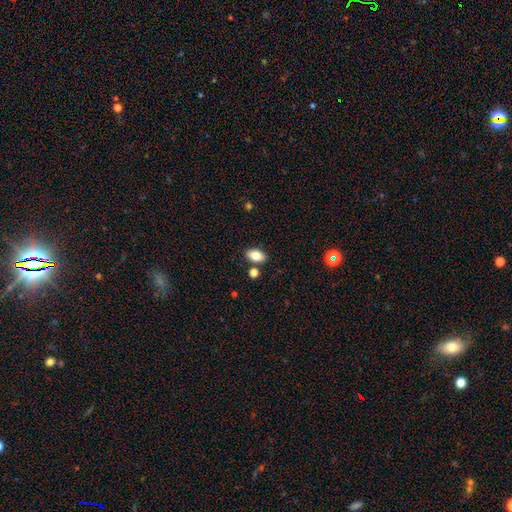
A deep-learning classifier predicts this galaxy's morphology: Smooth or featured: smooth — 81% (featured or disk — 10%)
How rounded: in between — 90% (round — 7%)
Merging: none — 82% (minor disturbance — 10%)